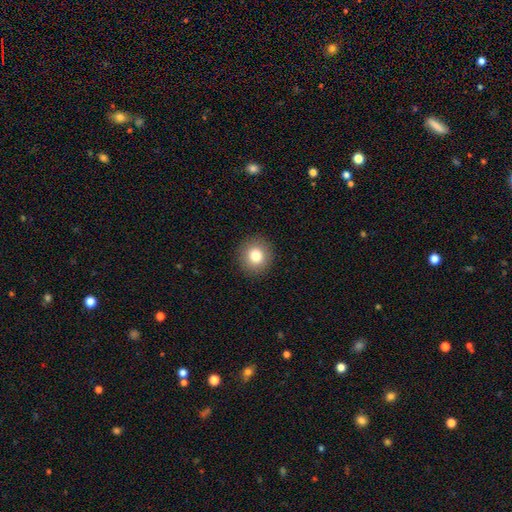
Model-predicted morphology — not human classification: Overall: smooth (81%). How rounded: round (91%). Merging: none (92%).